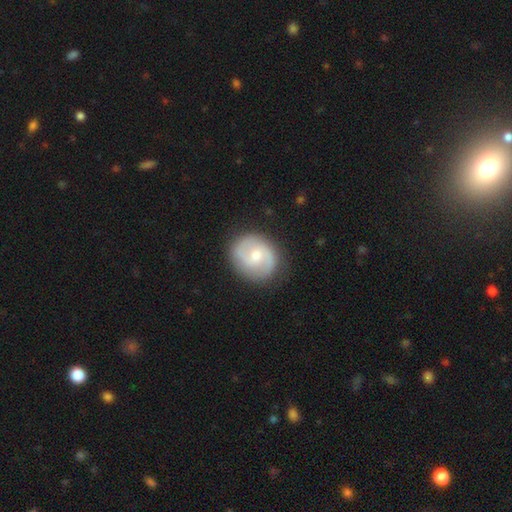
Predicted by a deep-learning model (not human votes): Q: Smooth or featured?
A: featured or disk (71%); runner-up: smooth (23%)
Q: Edge-on disk?
A: no (98%); runner-up: yes (2%)
Q: Bar?
A: weak (47%); runner-up: no (44%)
Q: Spiral arms?
A: yes (91%); runner-up: no (9%)
Q: Spiral winding?
A: medium (50%); runner-up: tight (29%)
Q: Spiral arm count?
A: 2 (87%); runner-up: can't tell (6%)
Q: Bulge size?
A: moderate (55%); runner-up: small (39%)
Q: Merging?
A: none (85%); runner-up: minor disturbance (10%)